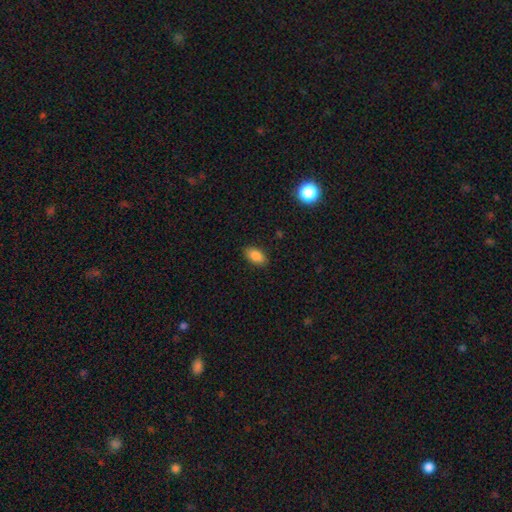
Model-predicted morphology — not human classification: Smooth or featured: smooth — 87% (star or artifact — 8%)
How rounded: in between — 92% (round — 5%)
Merging: none — 88% (minor disturbance — 9%)